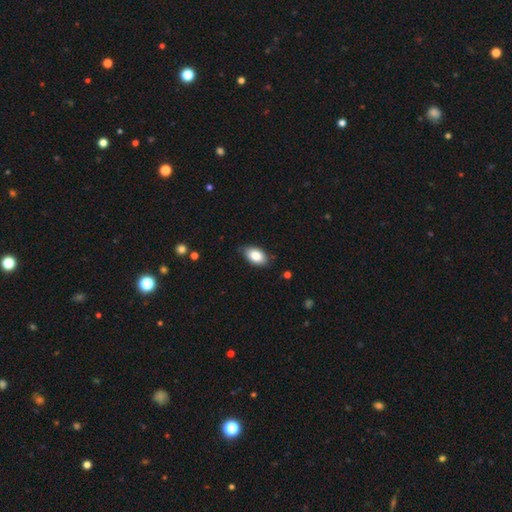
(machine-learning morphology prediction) Smooth or featured? Predicted: smooth (p=0.84). How rounded? Predicted: in between (p=0.92). Merging? Predicted: none (p=0.78).